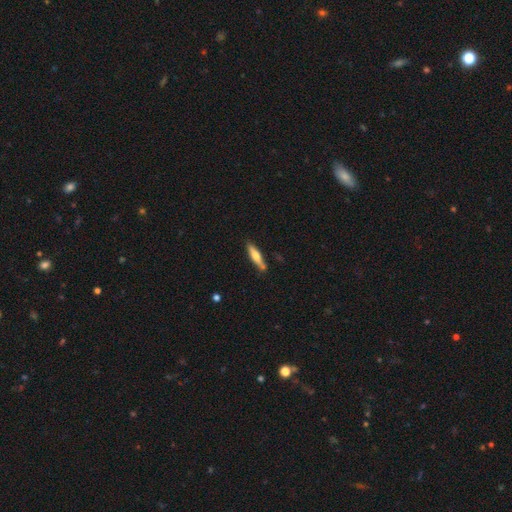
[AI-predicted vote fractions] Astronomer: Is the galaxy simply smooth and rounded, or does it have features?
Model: smooth — 58% (runner-up: featured or disk, 36%).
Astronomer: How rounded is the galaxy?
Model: cigar-shaped — 80%.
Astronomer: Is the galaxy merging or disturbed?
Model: none — 75%.